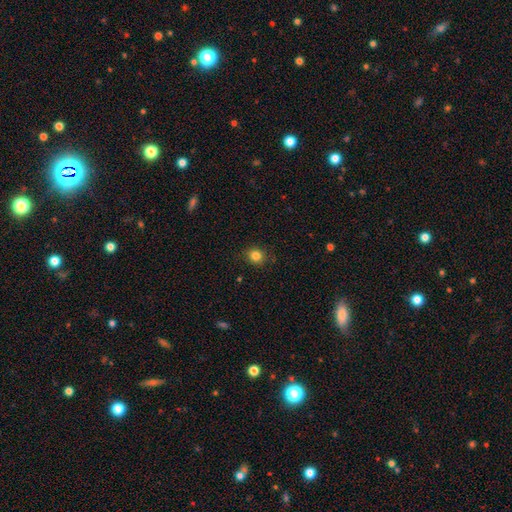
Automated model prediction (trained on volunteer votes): smooth_or_featured: smooth (p=0.83) [alt: star or artifact p=0.12]
how_rounded: round (p=0.81) [alt: in between p=0.18]
merging: none (p=0.86) [alt: minor disturbance p=0.10]